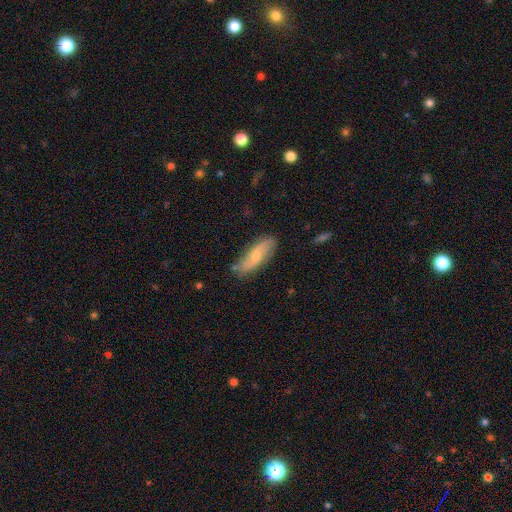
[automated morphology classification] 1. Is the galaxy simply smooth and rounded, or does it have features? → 49% smooth, 45% featured or disk, 6% star or artifact.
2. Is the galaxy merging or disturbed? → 78% none, 17% minor disturbance, 3% major disturbance, 2% merger.